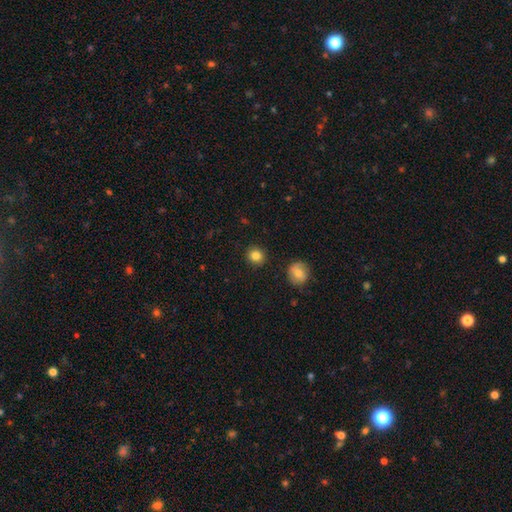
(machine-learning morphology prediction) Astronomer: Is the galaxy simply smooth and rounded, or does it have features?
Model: smooth — 84%.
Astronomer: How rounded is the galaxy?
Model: round — 90%.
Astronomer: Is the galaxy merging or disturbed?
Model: none — 91%.